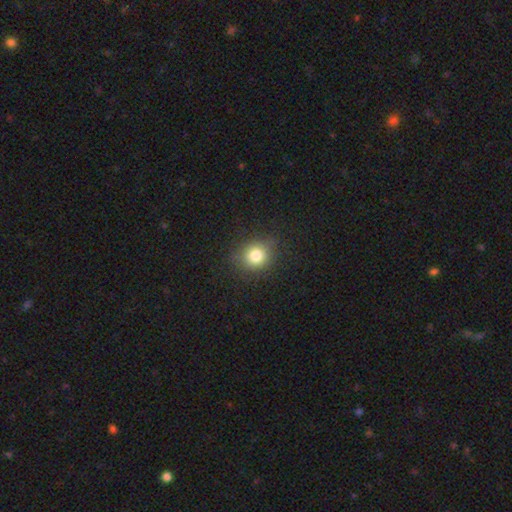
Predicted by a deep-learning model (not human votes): A smooth galaxy with no disk features (80%) that is round (81%). Merging: none (83%).